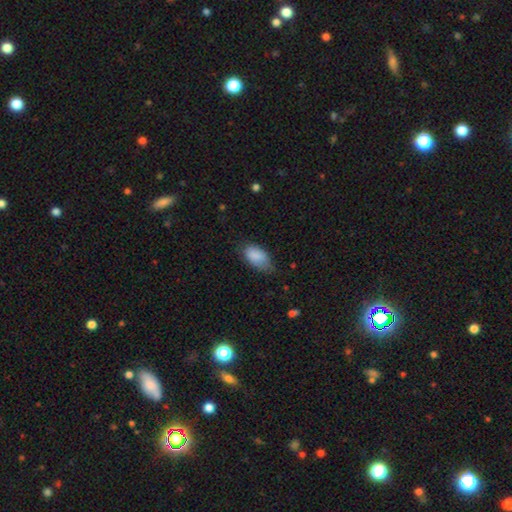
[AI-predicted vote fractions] Smooth or featured? Predicted: smooth (p=0.87). How rounded? Predicted: in between (p=0.93). Merging? Predicted: none (p=0.54).